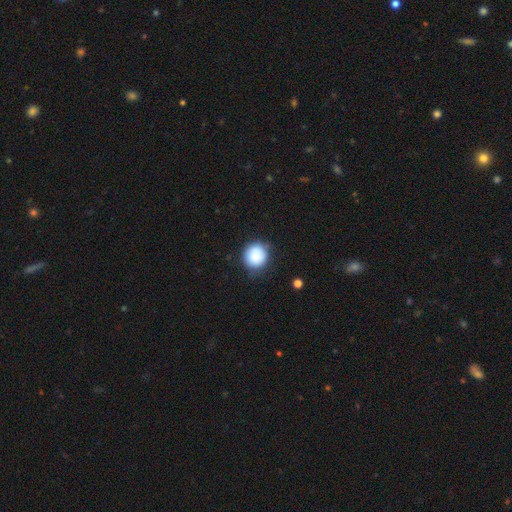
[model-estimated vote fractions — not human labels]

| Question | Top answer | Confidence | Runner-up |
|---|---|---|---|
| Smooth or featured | smooth | 86% | star or artifact (8%) |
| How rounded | round | 90% | in between (9%) |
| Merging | none | 79% | minor disturbance (16%) |